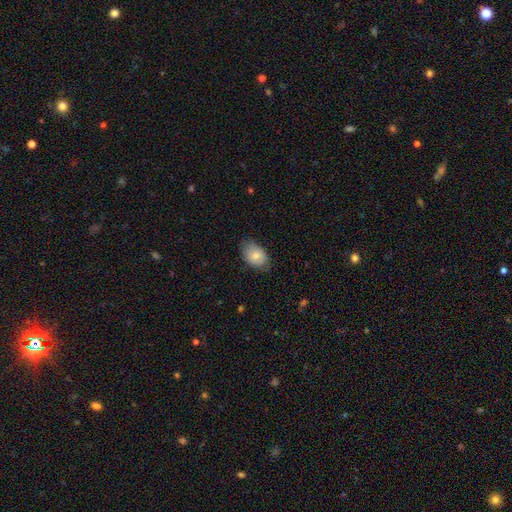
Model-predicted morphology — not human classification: This appears to be a smooth galaxy with no disk features (74%) that is in between round and cigar-shaped (80%). Merging: none (67%).